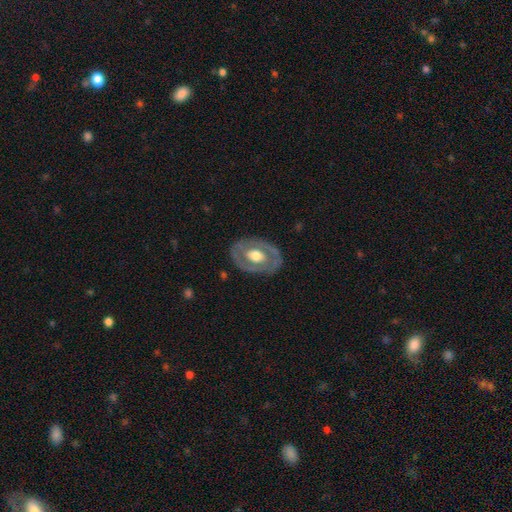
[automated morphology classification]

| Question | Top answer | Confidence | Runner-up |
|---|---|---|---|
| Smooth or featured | featured or disk | 64% | smooth (31%) |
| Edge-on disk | no | 93% | yes (7%) |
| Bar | no | 72% | weak (21%) |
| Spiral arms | no | 71% | yes (29%) |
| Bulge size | moderate | 56% | large (36%) |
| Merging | none | 80% | minor disturbance (14%) |